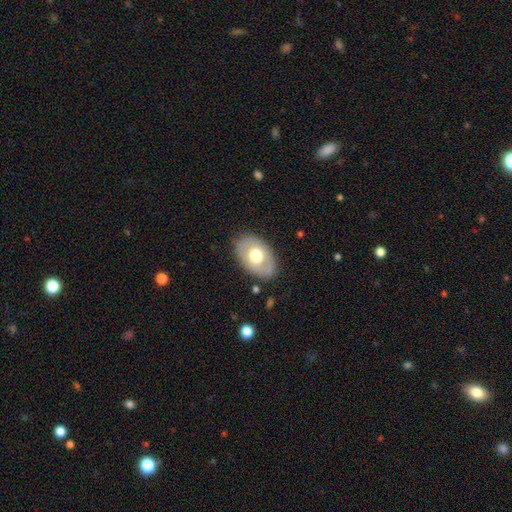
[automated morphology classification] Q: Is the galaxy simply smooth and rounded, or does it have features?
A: smooth — 56%.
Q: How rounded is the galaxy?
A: in between — 86%.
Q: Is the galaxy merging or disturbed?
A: none — 83%.